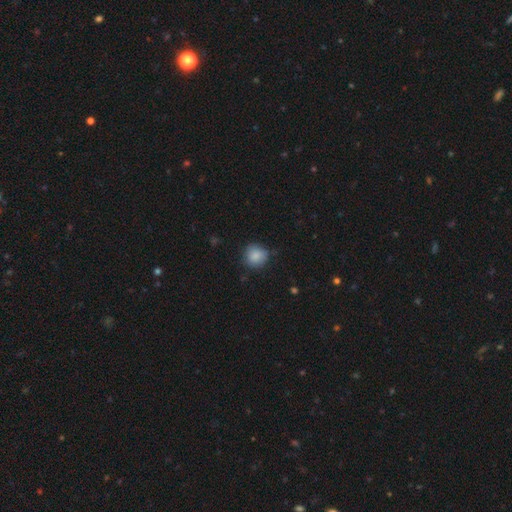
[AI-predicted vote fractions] A smooth galaxy with no disk features (86%) that is round (88%).

Vote fractions:
- Smooth or featured? smooth: 86% / star or artifact: 9% / featured or disk: 6%
- How rounded? round: 88% / in between: 11% / cigar-shaped: 1%
- Merging? none: 74% / minor disturbance: 21% / major disturbance: 4% / merger: 2%